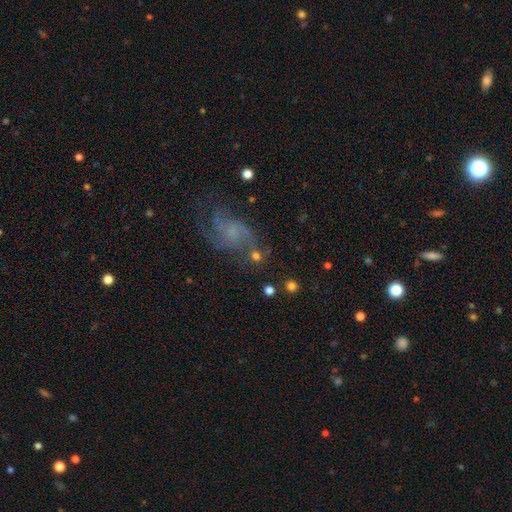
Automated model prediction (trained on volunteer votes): Q: Smooth or featured?
A: featured or disk (46%); runner-up: smooth (38%)
Q: Merging?
A: none (54%); runner-up: minor disturbance (18%)